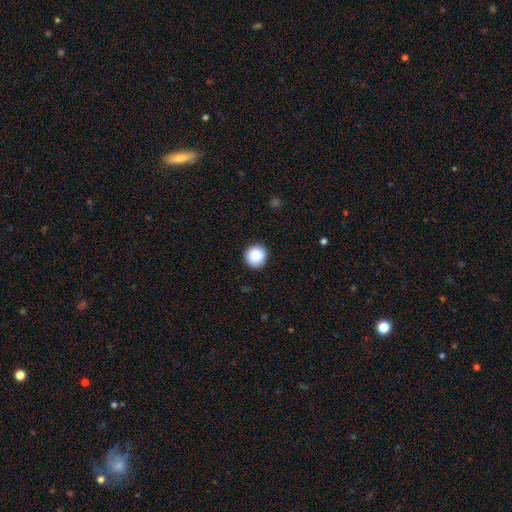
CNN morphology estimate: Smooth or featured? Predicted: smooth (p=0.89). How rounded? Predicted: round (p=0.94). Merging? Predicted: none (p=0.90).